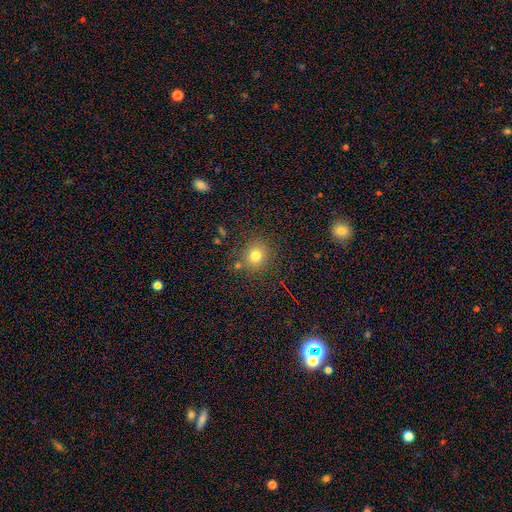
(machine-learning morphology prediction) Smooth or featured? Predicted: smooth (p=0.76). How rounded? Predicted: round (p=0.87). Merging? Predicted: none (p=0.82).